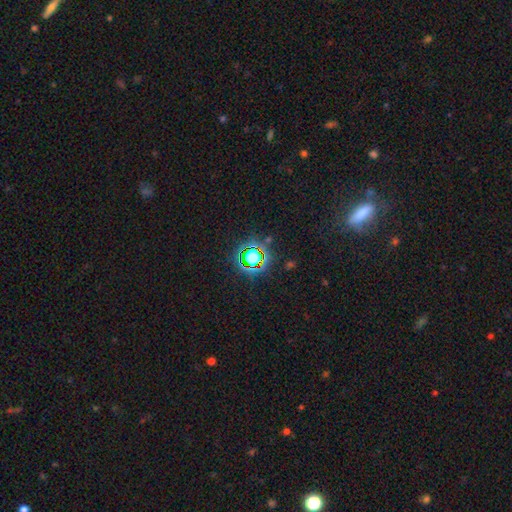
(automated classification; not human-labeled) This appears to be a star or artifact, not a galaxy (76%).